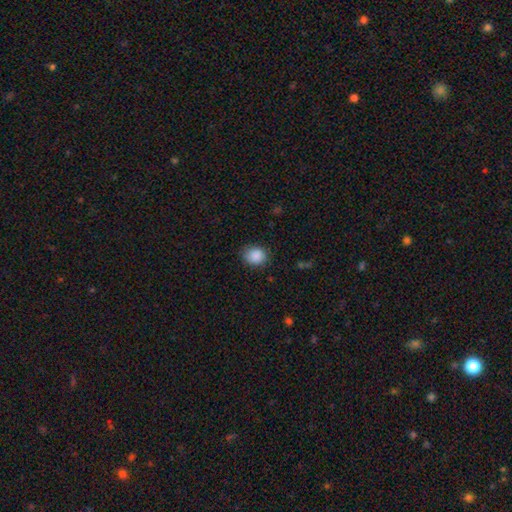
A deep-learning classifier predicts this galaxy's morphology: This appears to be a smooth galaxy with no disk features (88%) that is round (75%). Merging: none (81%).